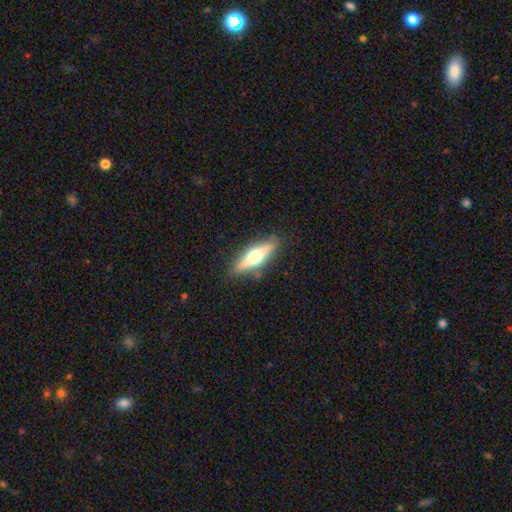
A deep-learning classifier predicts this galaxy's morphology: Smooth or featured? featured or disk (60%)
Edge-on disk? yes (94%)
Edge-on bulge? rounded (95%)
Merging? none (88%)